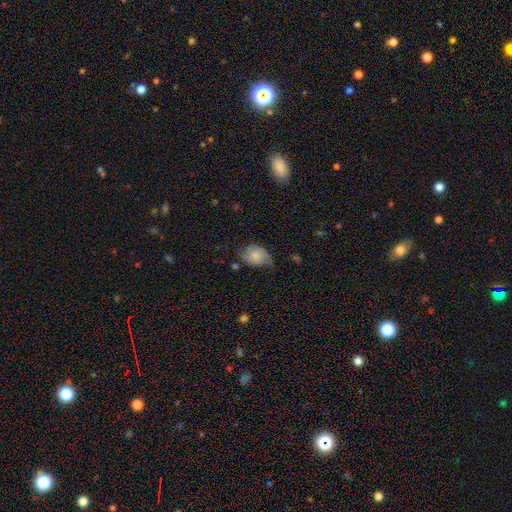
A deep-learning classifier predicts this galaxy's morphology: The model was most divided on "smooth or featured" (2-way tie): smooth: 46%, featured or disk: 46%, star or artifact: 8%. Remaining: merging — none (50%).